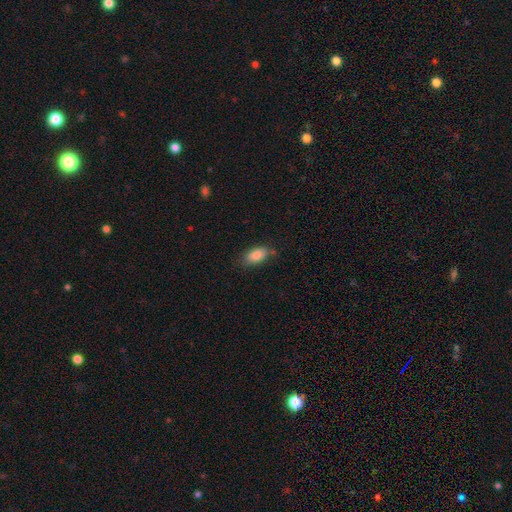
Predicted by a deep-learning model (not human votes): A smooth galaxy with no disk features (84%) that is in between round and cigar-shaped (91%). Merging: none (76%).